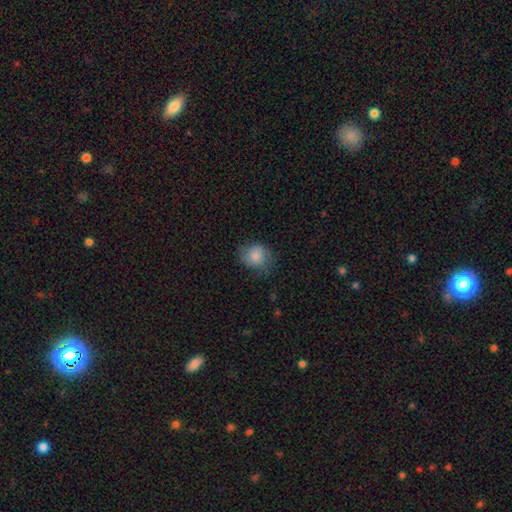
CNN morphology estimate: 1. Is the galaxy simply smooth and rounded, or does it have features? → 76% smooth, 16% featured or disk, 8% star or artifact.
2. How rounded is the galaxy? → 71% round, 28% in between, 1% cigar-shaped.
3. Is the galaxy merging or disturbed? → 67% none, 24% minor disturbance, 8% major disturbance, 1% merger.